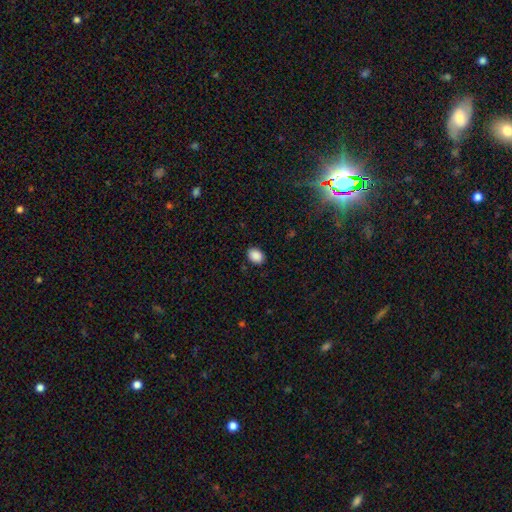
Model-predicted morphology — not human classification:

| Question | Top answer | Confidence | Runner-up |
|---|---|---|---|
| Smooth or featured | smooth | 90% | star or artifact (8%) |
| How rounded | in between | 73% | round (26%) |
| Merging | none | 88% | minor disturbance (9%) |